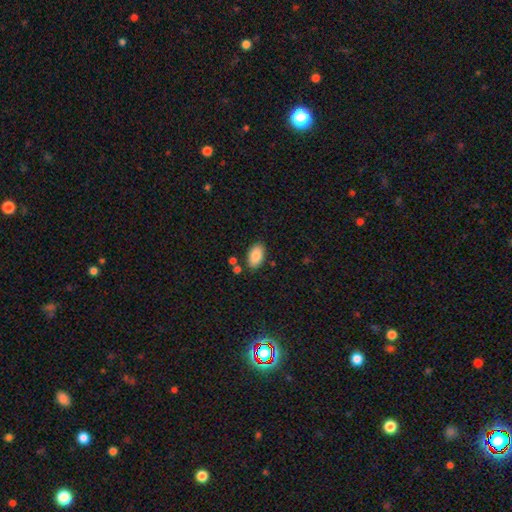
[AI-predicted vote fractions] A smooth galaxy with no disk features (88%) that is in between round and cigar-shaped (94%).

Vote fractions:
- Smooth or featured? smooth: 88% / star or artifact: 7% / featured or disk: 6%
- How rounded? in between: 94% / round: 4% / cigar-shaped: 2%
- Merging? none: 82% / minor disturbance: 10% / merger: 5% / major disturbance: 3%